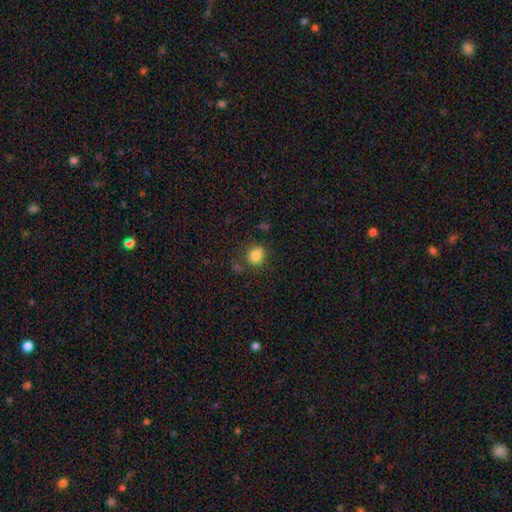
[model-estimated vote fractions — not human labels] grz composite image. It shows a smooth galaxy with no disk features (81%) that is round (75%). Merging: none (67%).